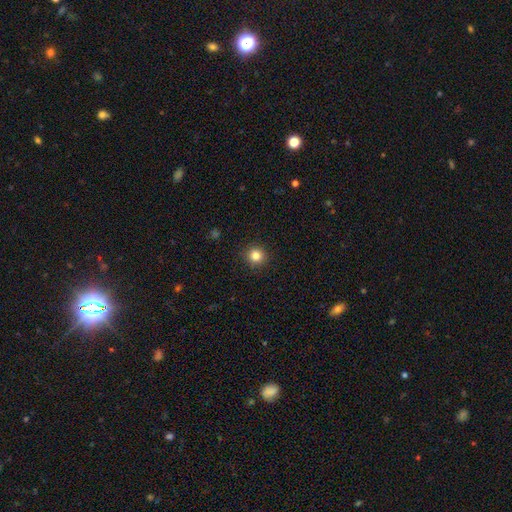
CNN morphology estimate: Smooth or featured? Predicted: smooth (p=0.83). How rounded? Predicted: round (p=0.93). Merging? Predicted: none (p=0.91).